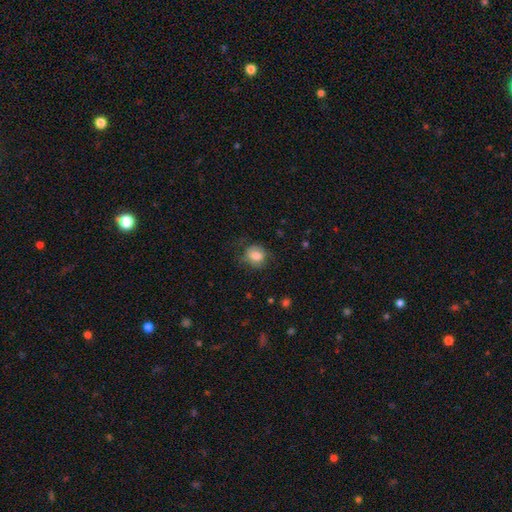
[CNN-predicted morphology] Smooth or featured? smooth (80%)
How rounded? round (70%)
Merging? none (65%)